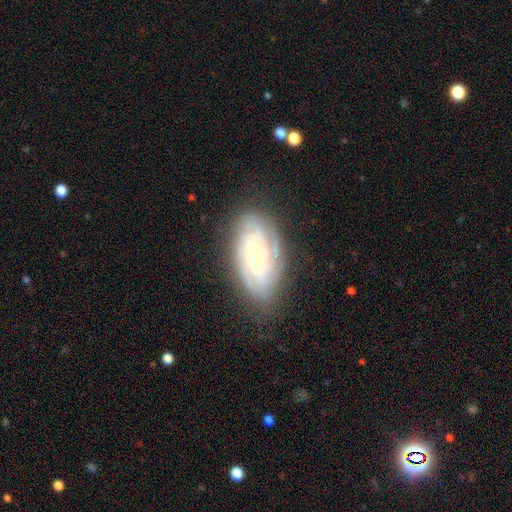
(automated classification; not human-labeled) Q: Smooth or featured?
A: featured or disk (79%); runner-up: smooth (14%)
Q: Edge-on disk?
A: no (94%); runner-up: yes (6%)
Q: Bar?
A: no (73%); runner-up: weak (21%)
Q: Spiral arms?
A: yes (94%); runner-up: no (6%)
Q: Spiral winding?
A: tight (71%); runner-up: medium (23%)
Q: Spiral arm count?
A: can't tell (35%); runner-up: 3 (22%)
Q: Bulge size?
A: moderate (51%); runner-up: small (43%)
Q: Merging?
A: none (78%); runner-up: minor disturbance (16%)